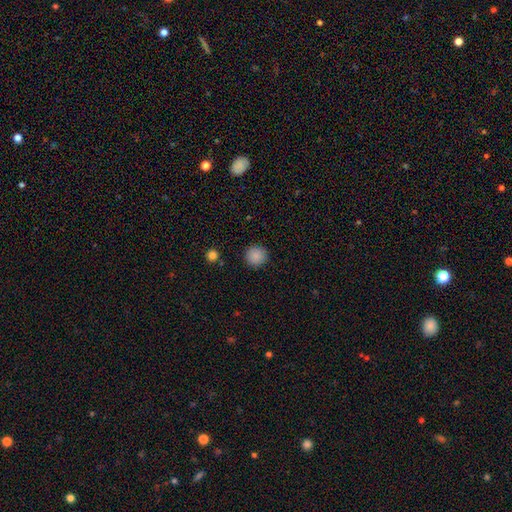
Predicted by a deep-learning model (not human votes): Q: Smooth or featured?
A: smooth (88%); runner-up: star or artifact (9%)
Q: How rounded?
A: round (95%); runner-up: in between (4%)
Q: Merging?
A: none (92%); runner-up: minor disturbance (5%)